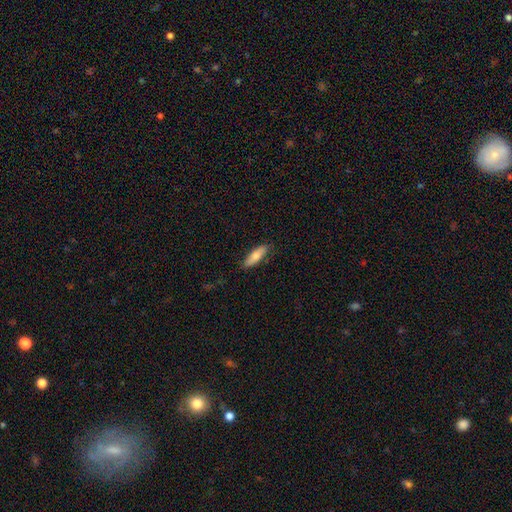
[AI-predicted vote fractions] Smooth or featured? Predicted: smooth (p=0.73). How rounded? Predicted: in between (p=0.52). Merging? Predicted: none (p=0.83).